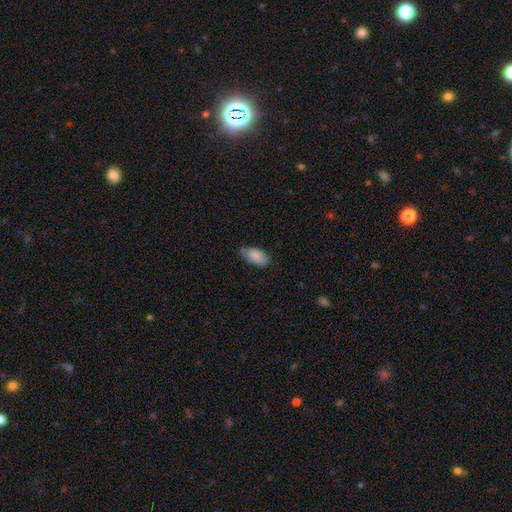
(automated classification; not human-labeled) smooth 85%, featured or disk 8%, star or artifact 7%. Down the decision tree: how rounded — in between (93%); merging — none (61%).